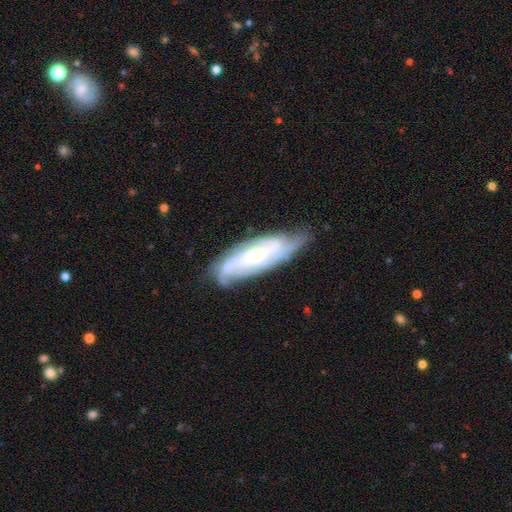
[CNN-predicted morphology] featured or disk 85%, smooth 10%, star or artifact 6%. Down the decision tree: edge-on disk — no (87%); bar — no (43%); spiral arms — yes (96%); spiral arm count — 3 (27%, tied with 2); spiral winding — tight (56%); bulge size — small (55%); merging — none (72%).